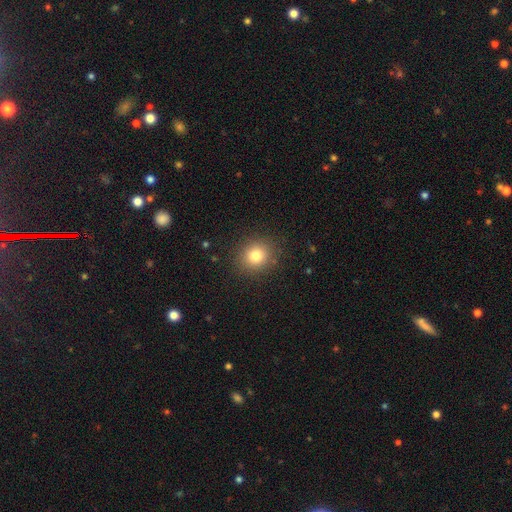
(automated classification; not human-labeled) Smooth or featured? Predicted: smooth (p=0.80). How rounded? Predicted: round (p=0.80). Merging? Predicted: none (p=0.88).